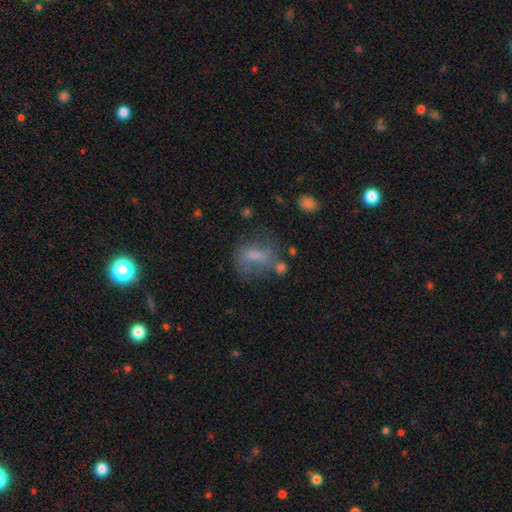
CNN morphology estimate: A smooth galaxy with no disk features (50%) that is in between round and cigar-shaped (60%). Merging: none (48%).